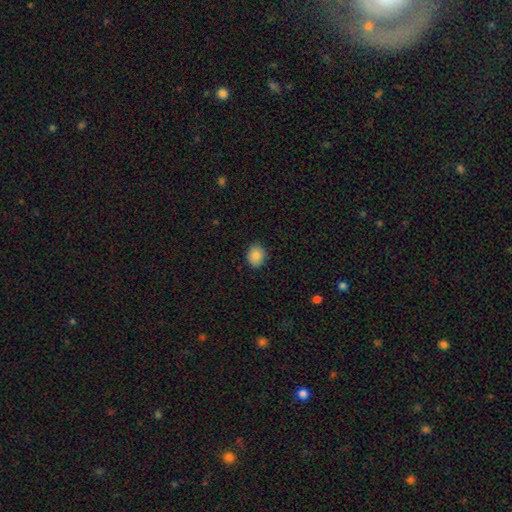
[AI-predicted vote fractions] A smooth galaxy with no disk features (87%) that is round (61%). Merging: none (89%).